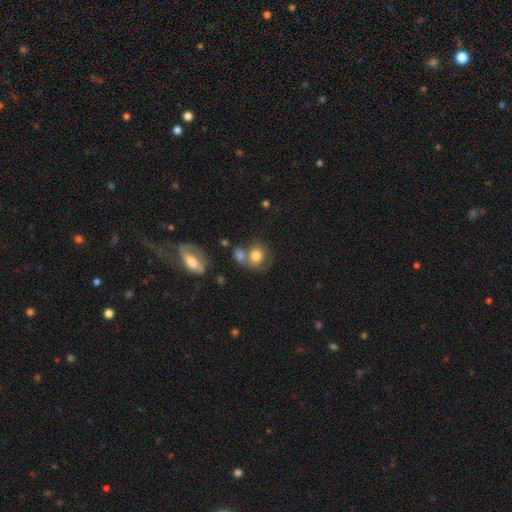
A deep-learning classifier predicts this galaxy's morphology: The model was most divided on "merging": none: 41%, merger: 37%, minor disturbance: 15%, major disturbance: 8%. More confident: smooth or featured — smooth (77%); how rounded — round (70%).